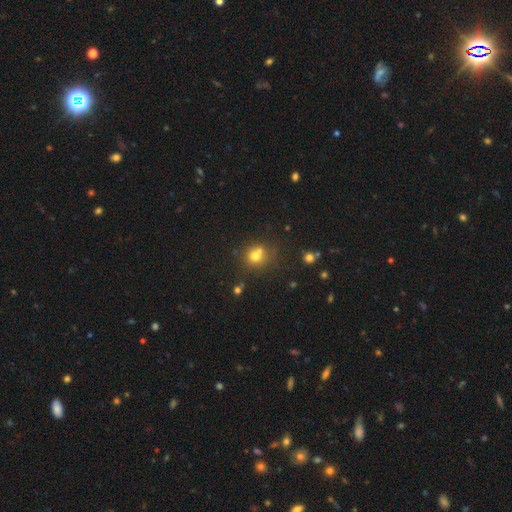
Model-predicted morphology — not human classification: This is likely a smooth galaxy (69%). How rounded: clearly round (81%). Merging: possibly none (49%).